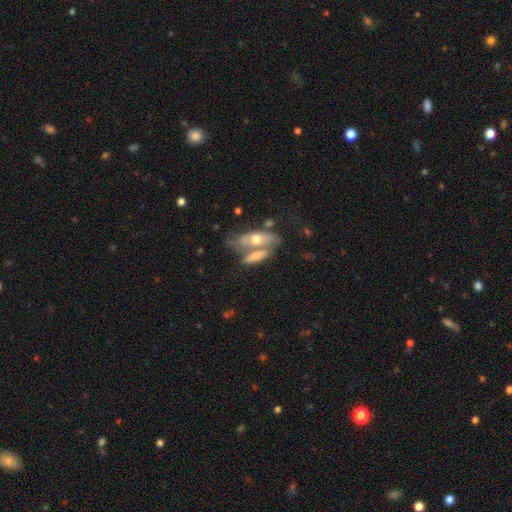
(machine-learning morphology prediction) Smooth or featured: smooth — 55% (featured or disk — 38%)
How rounded: in between — 66% (cigar-shaped — 29%)
Merging: merger — 49% (none — 30%)